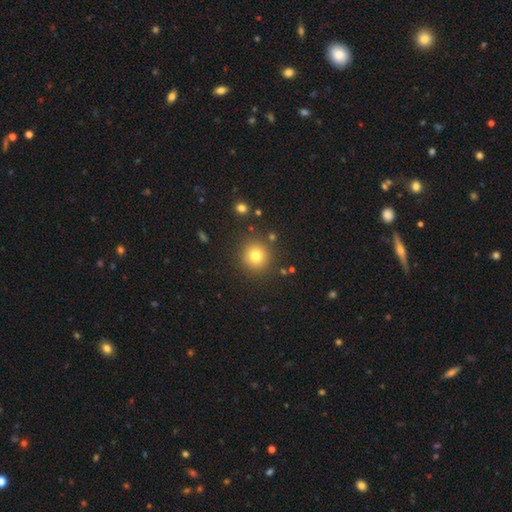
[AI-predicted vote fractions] A smooth galaxy with no disk features (79%) that is round (92%).

Vote fractions:
- Smooth or featured? smooth: 79% / star or artifact: 13% / featured or disk: 8%
- How rounded? round: 92% / in between: 7% / cigar-shaped: 1%
- Merging? none: 88% / minor disturbance: 7% / major disturbance: 3% / merger: 3%